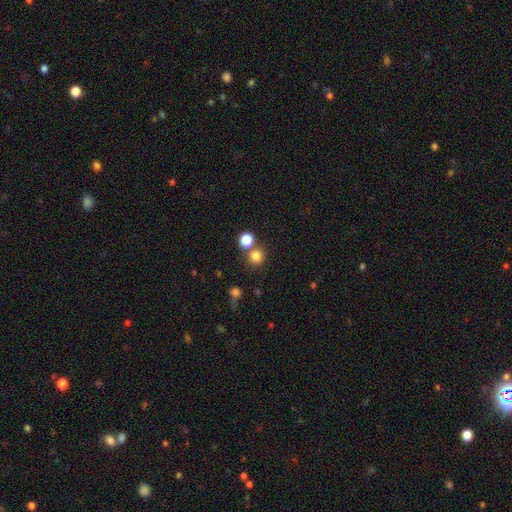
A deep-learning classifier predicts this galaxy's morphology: smooth-or-featured: smooth: 79% | star or artifact: 15% | featured or disk: 6%
  how-rounded: round: 89% | in between: 10% | cigar-shaped: 1%
  merging: none: 69% | merger: 20% | minor disturbance: 7% | major disturbance: 3%